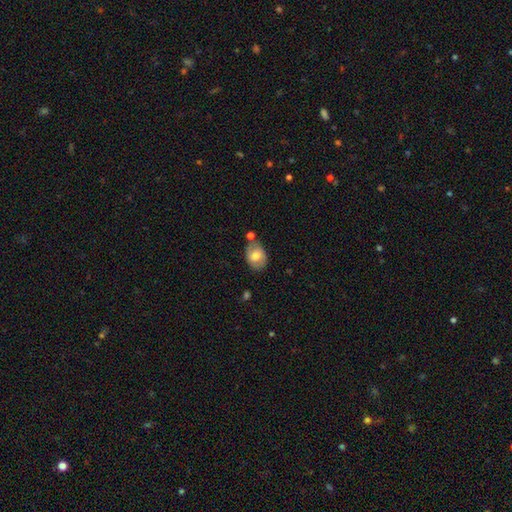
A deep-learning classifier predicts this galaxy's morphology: type=smooth (65%); roundness=in between (74%); merging=none (63%).